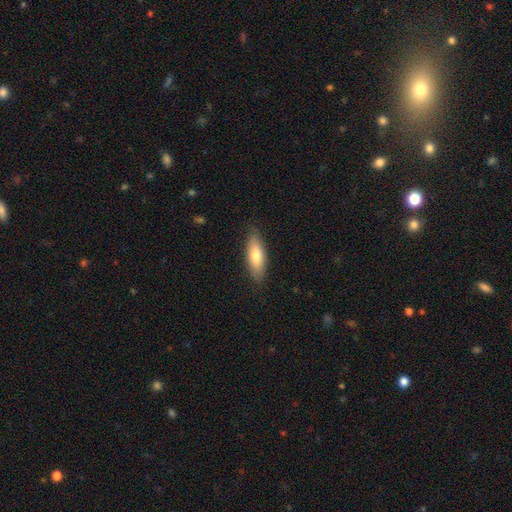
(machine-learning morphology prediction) This appears to be a smooth galaxy with no disk features (75%) that is in between round and cigar-shaped (63%). Merging: none (85%).